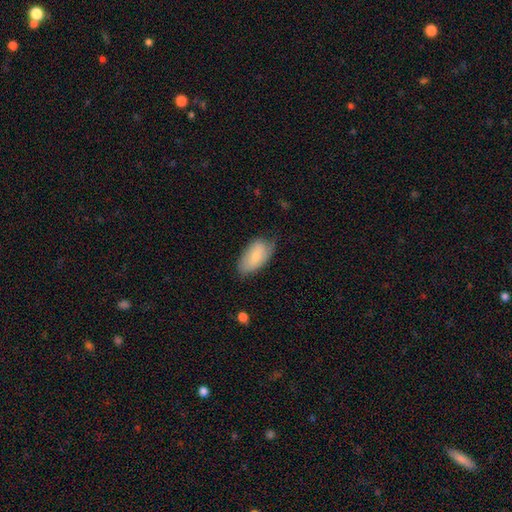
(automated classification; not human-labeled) This is likely a smooth galaxy (75%). How rounded: clearly in between (94%). Merging: likely none (62%).